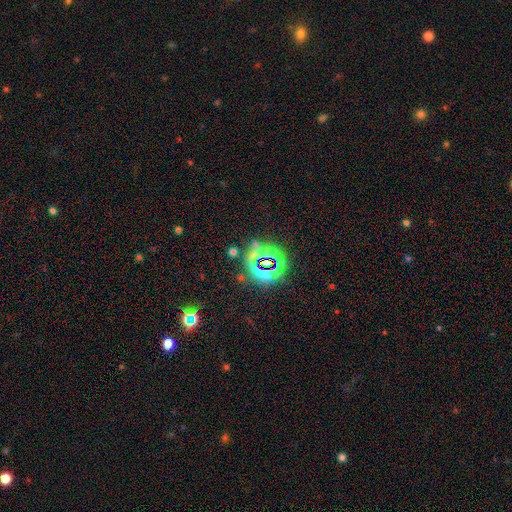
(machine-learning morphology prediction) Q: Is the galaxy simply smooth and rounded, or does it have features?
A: star or artifact — 75%.